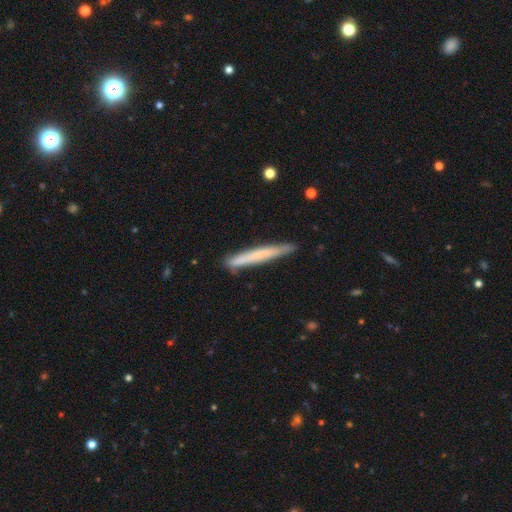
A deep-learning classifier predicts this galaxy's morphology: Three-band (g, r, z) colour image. It shows a smooth galaxy with no disk features (61%) that is cigar-shaped (97%). Merging: none (83%).